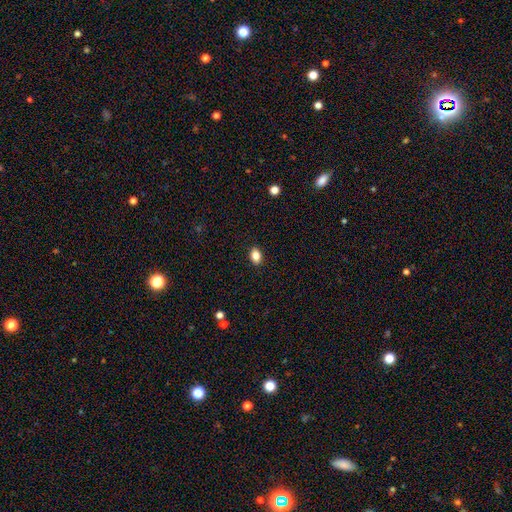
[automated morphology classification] Overall: smooth (85%). How rounded: in between (81%). Merging: none (90%).